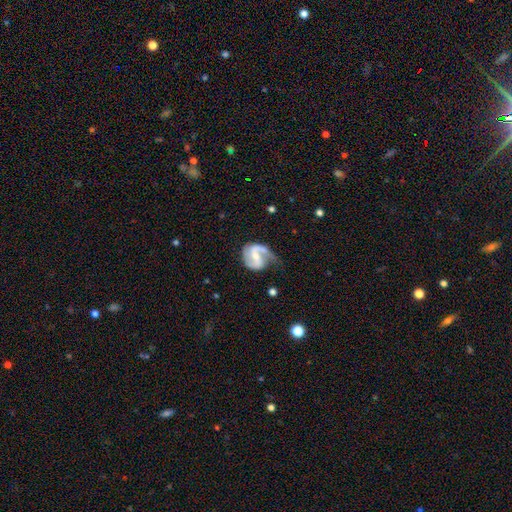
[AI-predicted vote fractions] A featured or disk galaxy (86%) with a weak bar (46%), 2 (78%) medium (49%) spiral arms (96%) and a small central bulge (49%). Merging: none (51%).